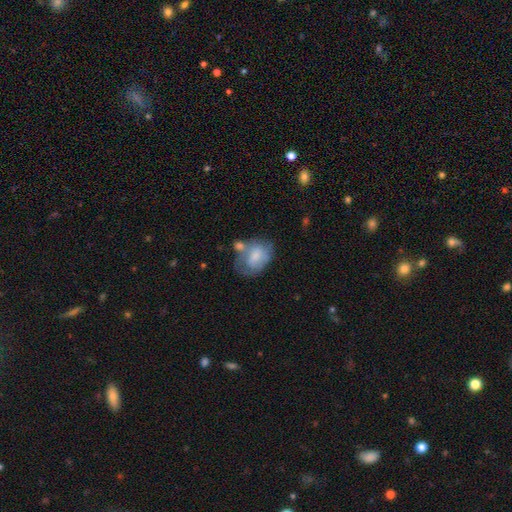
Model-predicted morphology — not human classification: This is likely a smooth galaxy (66%). How rounded: likely in between (75%). Merging: marginally none (34%).